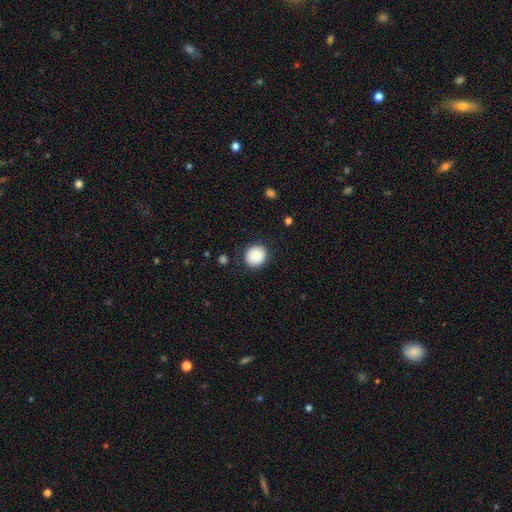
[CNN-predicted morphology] This appears to be a smooth galaxy with no disk features (89%) that is round (80%). Merging: none (86%).